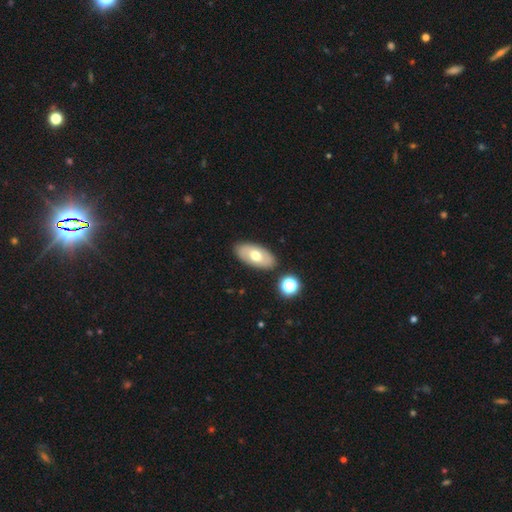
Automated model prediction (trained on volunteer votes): This appears to be a smooth galaxy with no disk features (59%) that is in between round and cigar-shaped (92%). Merging: none (84%).